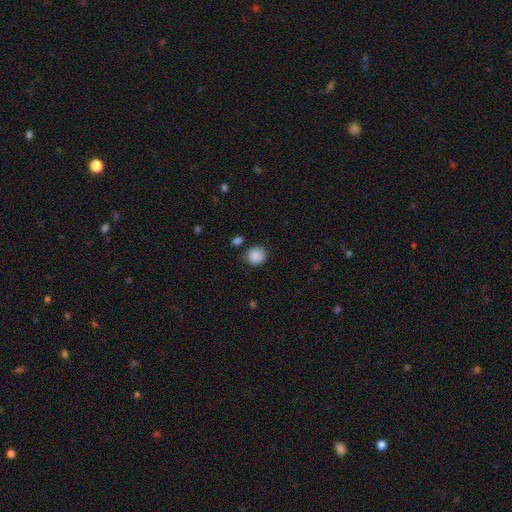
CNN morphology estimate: smooth-or-featured: smooth: 88% | star or artifact: 8% | featured or disk: 4%
  how-rounded: round: 86% | in between: 13% | cigar-shaped: 1%
  merging: none: 82% | minor disturbance: 12% | merger: 3% | major disturbance: 3%